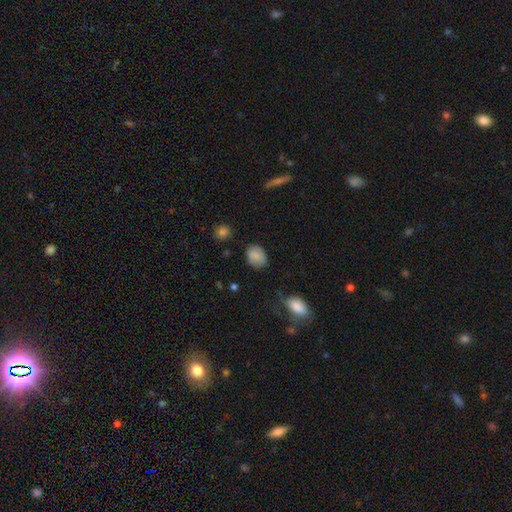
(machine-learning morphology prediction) Overall: smooth (84%). How rounded: in between (60%; round 39%). Merging: none (78%).